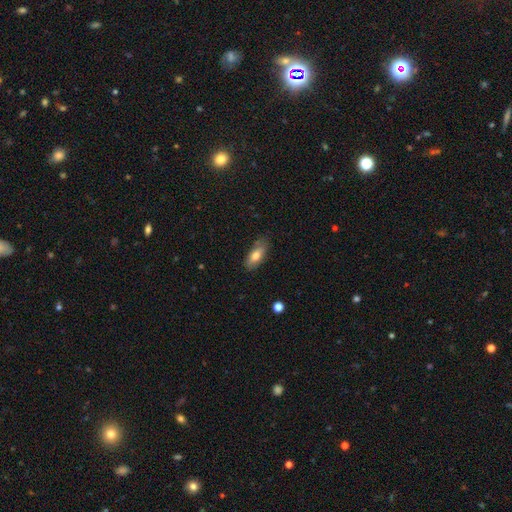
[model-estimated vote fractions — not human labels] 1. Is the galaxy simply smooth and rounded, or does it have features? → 70% smooth, 23% featured or disk, 7% star or artifact.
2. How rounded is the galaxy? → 77% in between, 21% cigar-shaped, 3% round.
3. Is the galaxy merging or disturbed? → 76% none, 19% minor disturbance, 4% major disturbance, 2% merger.